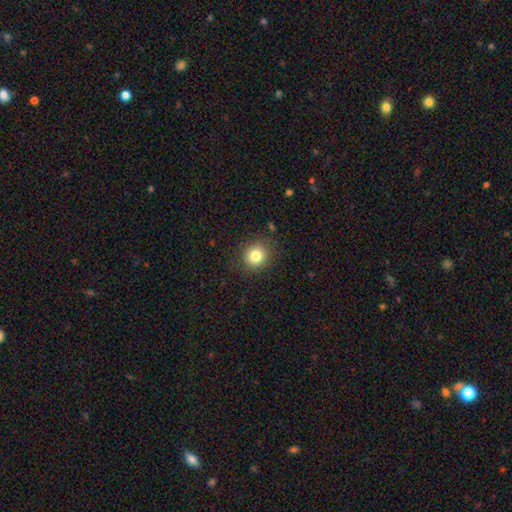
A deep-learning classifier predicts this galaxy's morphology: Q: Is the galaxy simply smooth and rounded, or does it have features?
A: smooth — 81%.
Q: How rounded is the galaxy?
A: round — 87%.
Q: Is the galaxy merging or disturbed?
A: none — 88%.